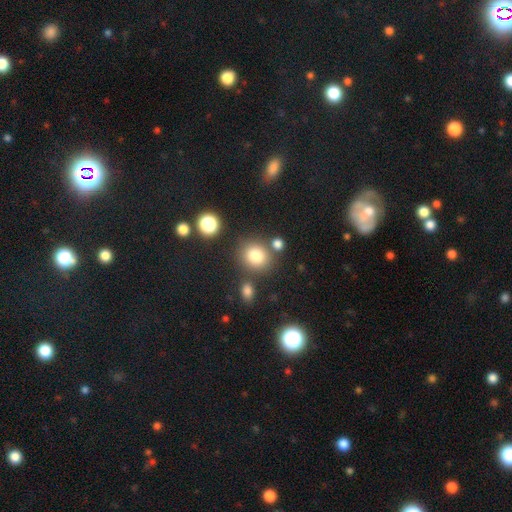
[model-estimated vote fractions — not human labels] Q: Smooth or featured?
A: smooth (80%); runner-up: star or artifact (13%)
Q: How rounded?
A: round (79%); runner-up: in between (20%)
Q: Merging?
A: none (74%); runner-up: merger (11%)